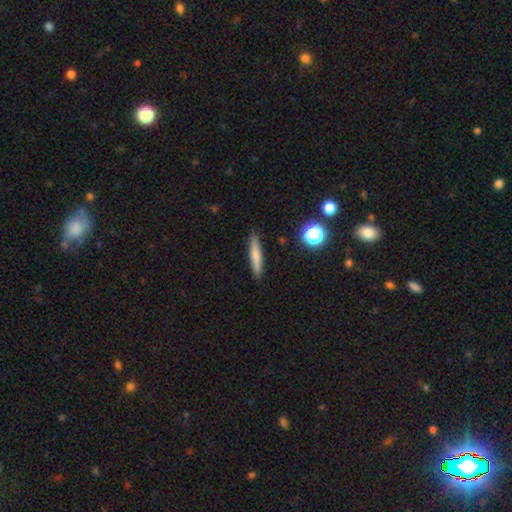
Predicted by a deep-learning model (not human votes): The model was most divided on "smooth or featured": smooth: 70%, featured or disk: 21%, star or artifact: 8%. More confident: how rounded — cigar-shaped (91%); merging — none (88%).